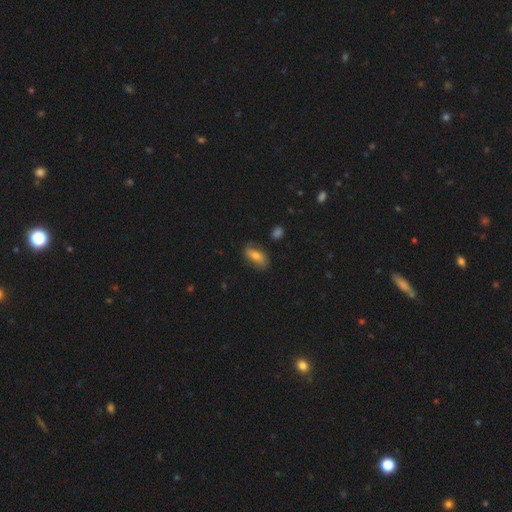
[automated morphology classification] Smooth or featured?
  - smooth: 60% *
  - featured or disk: 31%
  - star or artifact: 9%
How rounded?
  - in between: 83% *
  - cigar-shaped: 11%
  - round: 6%
Merging?
  - none: 71% *
  - minor disturbance: 21%
  - major disturbance: 6%
  - merger: 2%